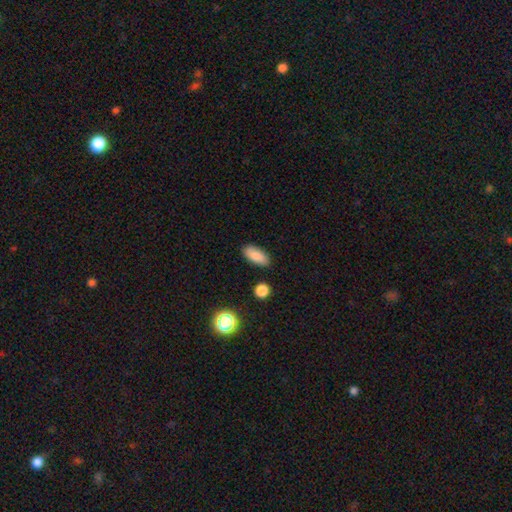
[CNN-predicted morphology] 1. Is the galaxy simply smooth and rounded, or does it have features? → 85% smooth, 8% star or artifact, 7% featured or disk.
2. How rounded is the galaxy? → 86% in between, 11% cigar-shaped, 3% round.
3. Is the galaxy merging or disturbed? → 86% none, 10% minor disturbance, 2% major disturbance, 2% merger.